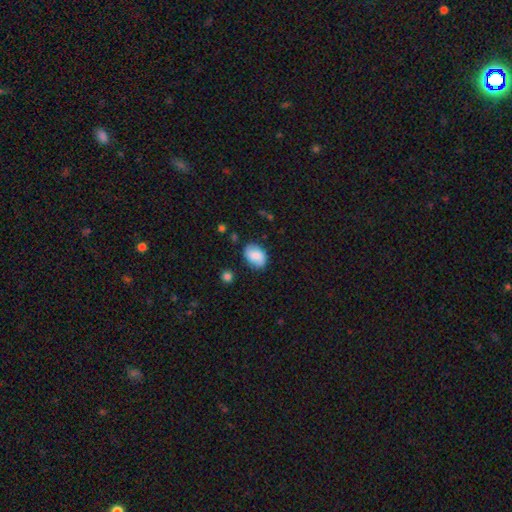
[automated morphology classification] Overall: smooth (77%). How rounded: in between (78%). Merging: none (76%).